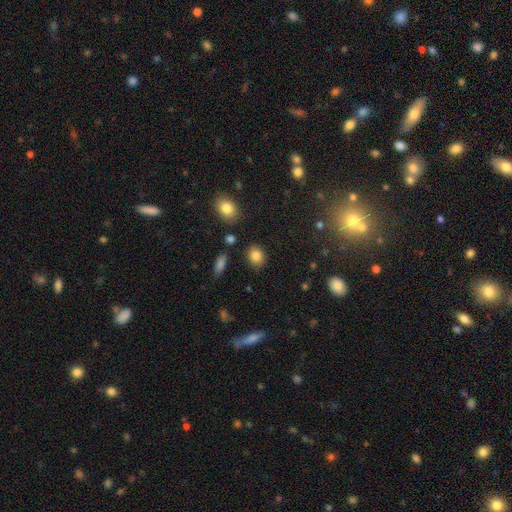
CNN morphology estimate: Smooth or featured? Predicted: smooth (p=0.85). How rounded? Predicted: round (p=0.51). Merging? Predicted: none (p=0.85).